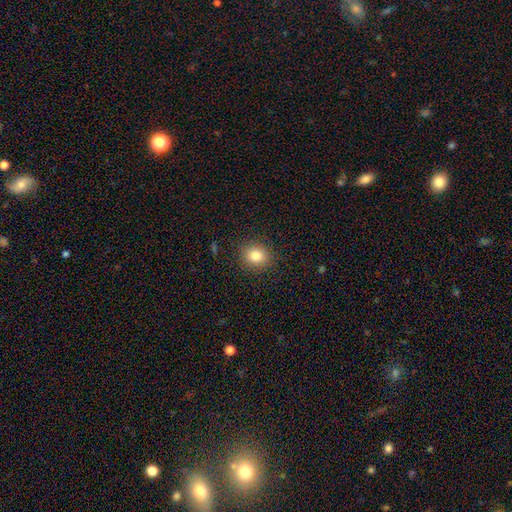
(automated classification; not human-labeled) smooth 82%, star or artifact 11%, featured or disk 7%. Down the decision tree: how rounded — round (76%); merging — none (89%).